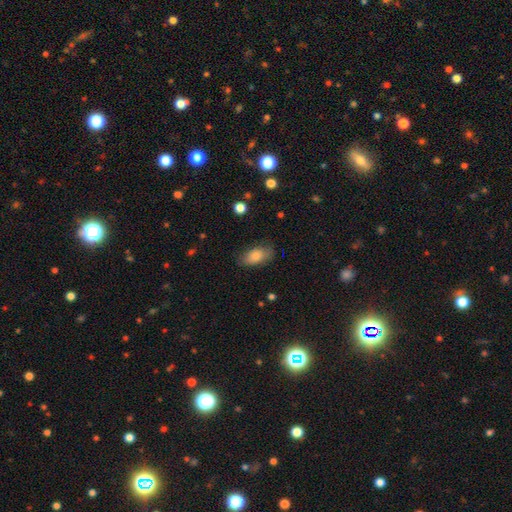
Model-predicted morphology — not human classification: This appears to be a smooth galaxy with no disk features (81%) that is in between round and cigar-shaped (89%). Merging: none (80%).